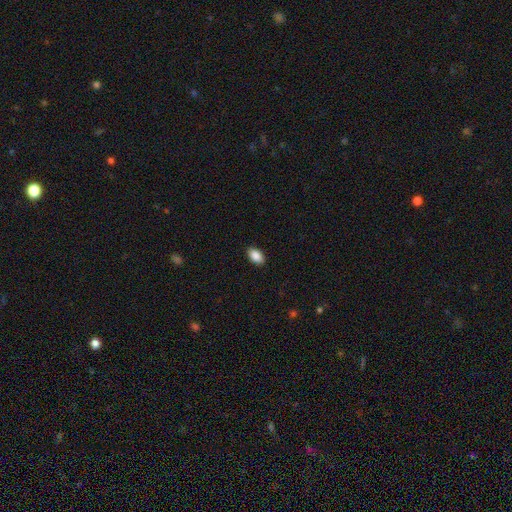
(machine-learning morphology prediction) This is clearly a smooth galaxy (89%). How rounded: clearly in between (93%). Merging: clearly none (90%).